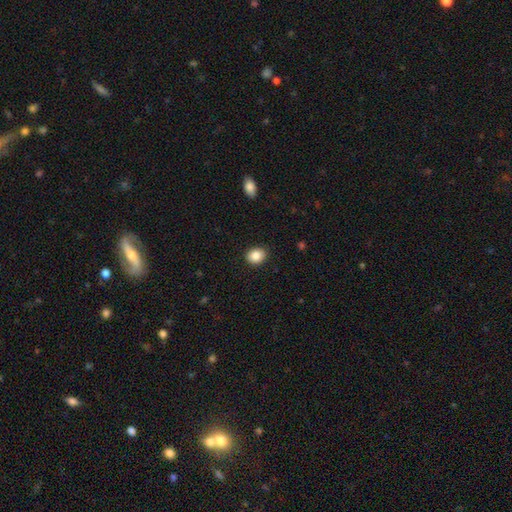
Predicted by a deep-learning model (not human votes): Morphology: type=smooth (86%); roundness=round (55%); merging=none (89%).